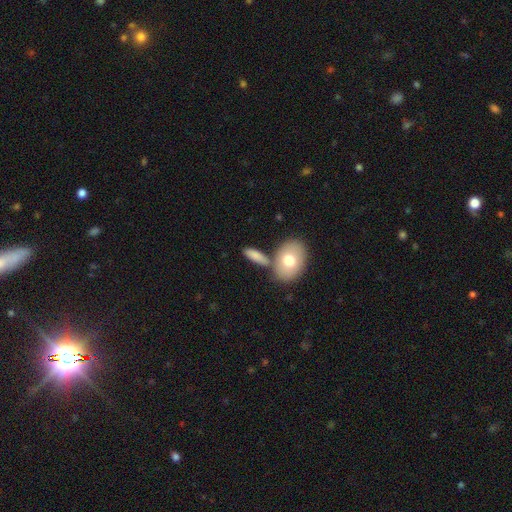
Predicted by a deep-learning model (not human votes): smooth_or_featured: smooth (p=0.78) [alt: featured or disk p=0.15]
how_rounded: in between (p=0.75) [alt: cigar-shaped p=0.17]
merging: none (p=0.65) [alt: merger p=0.18]